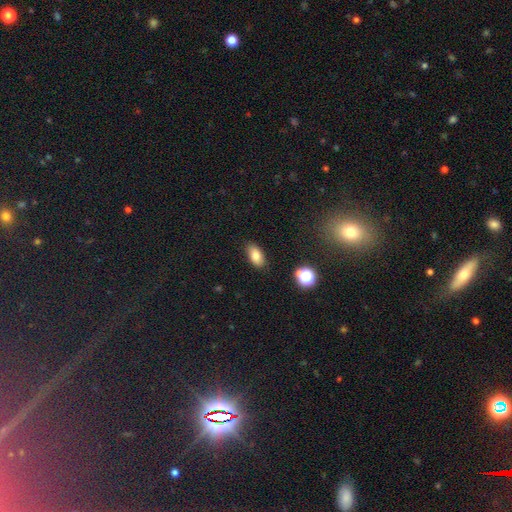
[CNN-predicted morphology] type=smooth (81%); roundness=in between (91%); merging=none (86%).